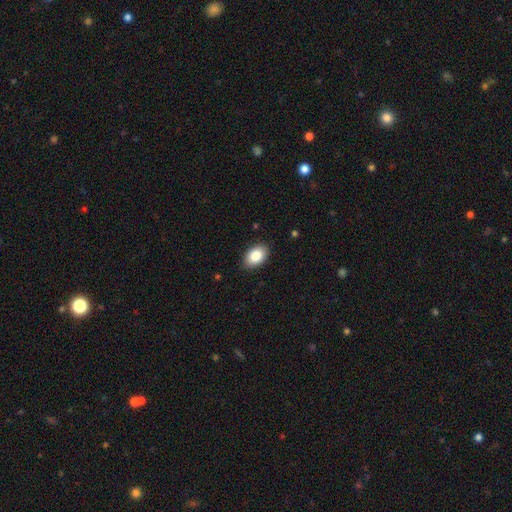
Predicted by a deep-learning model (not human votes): A smooth galaxy with no disk features (86%) that is in between round and cigar-shaped (90%).

Vote fractions:
- Smooth or featured? smooth: 86% / star or artifact: 7% / featured or disk: 7%
- How rounded? in between: 90% / round: 8% / cigar-shaped: 1%
- Merging? none: 87% / minor disturbance: 10% / major disturbance: 2% / merger: 1%